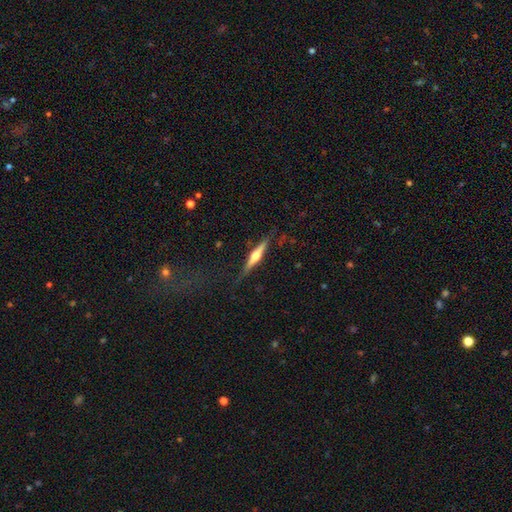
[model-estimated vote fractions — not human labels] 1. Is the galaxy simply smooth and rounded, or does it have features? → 70% featured or disk, 25% smooth, 5% star or artifact.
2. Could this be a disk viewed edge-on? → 97% yes, 3% no.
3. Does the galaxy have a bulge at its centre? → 92% rounded, 4% boxy, 4% none.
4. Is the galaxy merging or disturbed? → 81% none, 14% minor disturbance, 3% major disturbance, 2% merger.